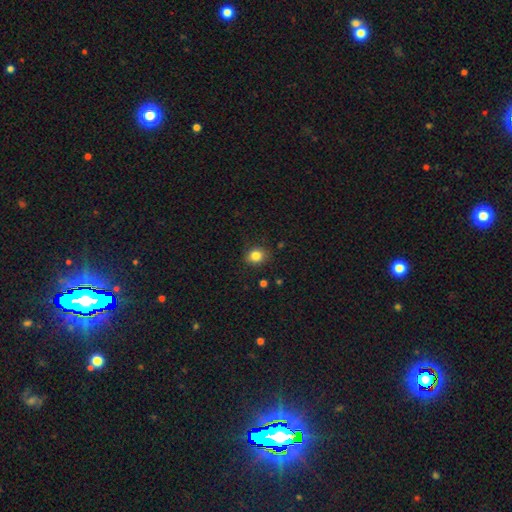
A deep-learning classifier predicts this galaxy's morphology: smooth_or_featured: smooth (p=0.83) [alt: star or artifact p=0.11]
how_rounded: round (p=0.69) [alt: in between p=0.30]
merging: none (p=0.86) [alt: minor disturbance p=0.10]